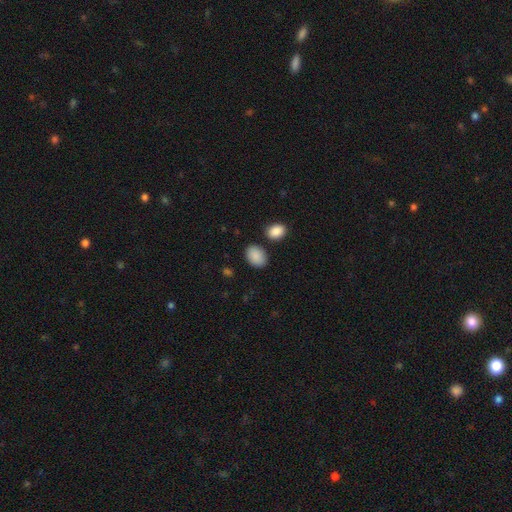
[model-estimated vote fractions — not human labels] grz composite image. It shows a smooth galaxy with no disk features (90%) that is in between round and cigar-shaped (80%). Merging: none (82%).